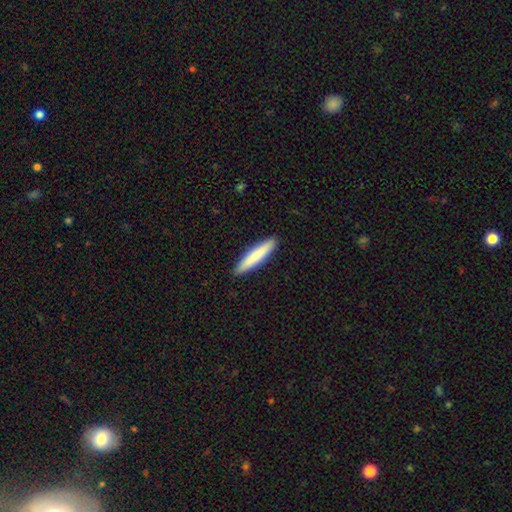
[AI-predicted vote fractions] Overall: smooth (80%). How rounded: cigar-shaped (91%). Merging: none (91%).